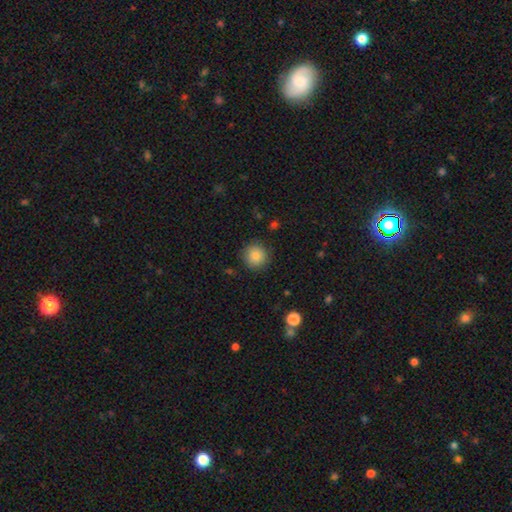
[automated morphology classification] This is clearly a smooth galaxy (86%). How rounded: clearly round (93%). Merging: clearly none (88%).